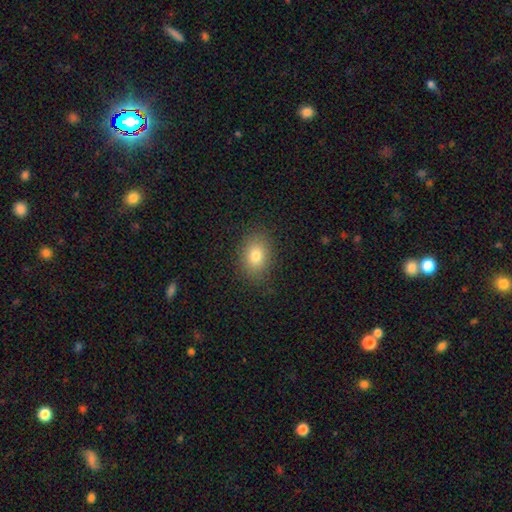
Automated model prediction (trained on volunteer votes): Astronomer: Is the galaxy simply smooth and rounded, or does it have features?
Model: smooth — 80%.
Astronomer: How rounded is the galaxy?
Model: in between — 65%.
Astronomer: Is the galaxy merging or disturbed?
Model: none — 86%.